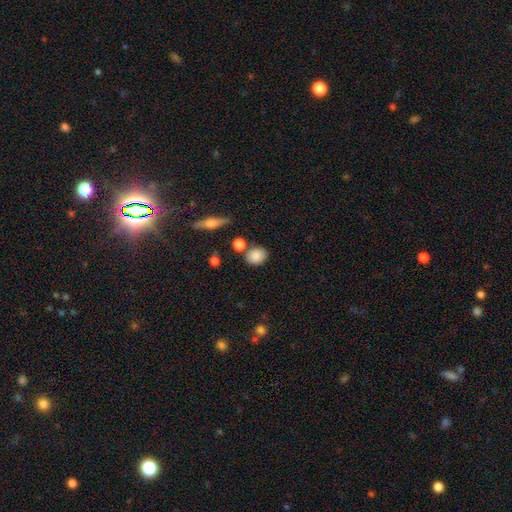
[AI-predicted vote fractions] Smooth or featured? smooth (85%)
How rounded? round (59%)
Merging? none (74%)